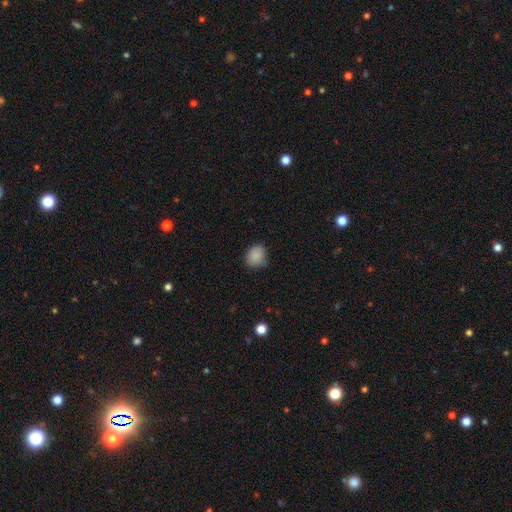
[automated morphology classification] Smooth or featured: smooth — 86% (star or artifact — 10%)
How rounded: round — 63% (in between — 36%)
Merging: none — 72% (minor disturbance — 23%)